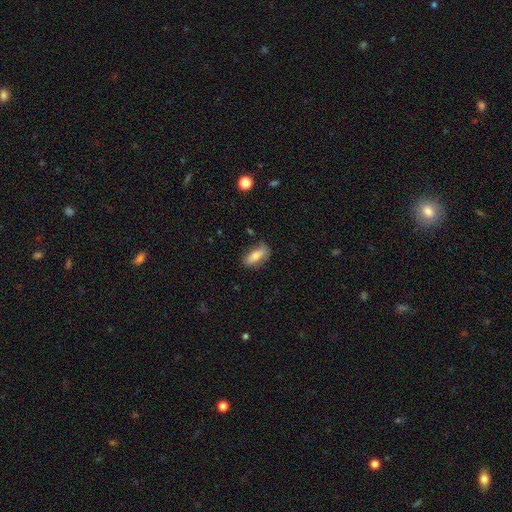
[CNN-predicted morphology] Smooth or featured? smooth (73%)
How rounded? in between (82%)
Merging? none (71%)